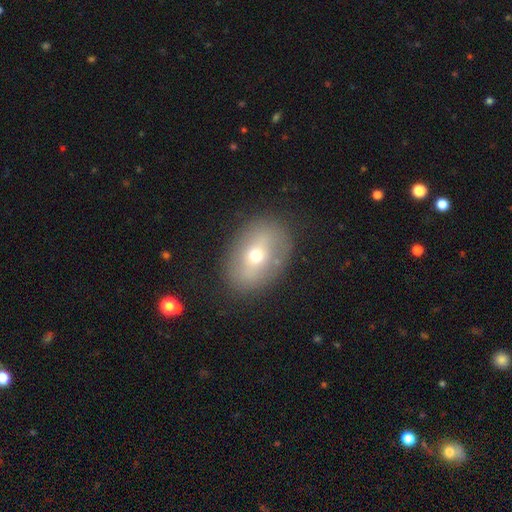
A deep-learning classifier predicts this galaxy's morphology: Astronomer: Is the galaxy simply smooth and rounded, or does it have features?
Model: smooth — 51% (runner-up: featured or disk, 39%).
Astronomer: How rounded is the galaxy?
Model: in between — 73%.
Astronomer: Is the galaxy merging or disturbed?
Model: none — 84%.